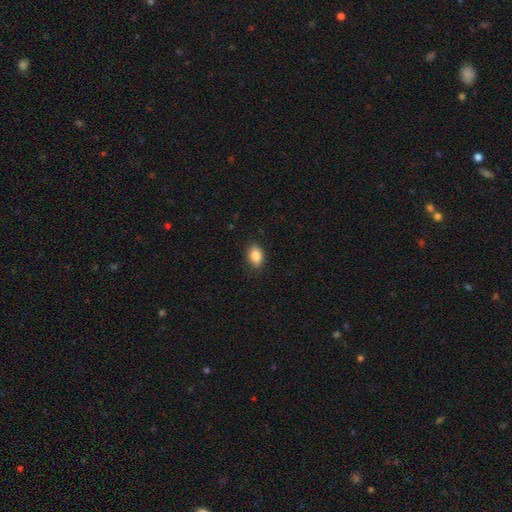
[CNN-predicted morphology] A smooth galaxy with no disk features (86%) that is in between round and cigar-shaped (81%).

Vote fractions:
- Smooth or featured? smooth: 86% / star or artifact: 8% / featured or disk: 6%
- How rounded? in between: 81% / round: 17% / cigar-shaped: 2%
- Merging? none: 84% / minor disturbance: 13% / major disturbance: 3% / merger: 1%